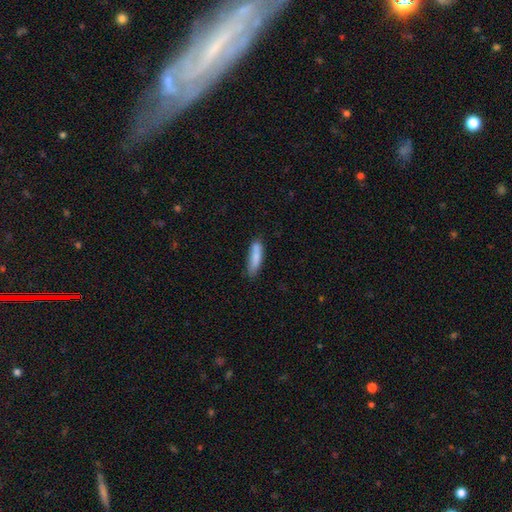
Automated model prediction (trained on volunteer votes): Morphology: type=smooth (81%); roundness=cigar-shaped (68%); merging=none (65%).